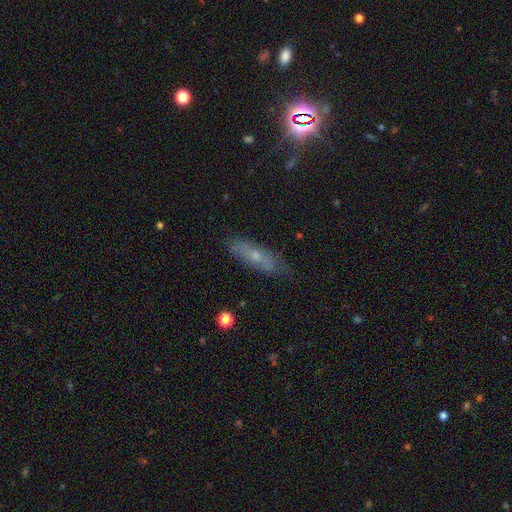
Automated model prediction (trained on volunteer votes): Smooth or featured? Predicted: smooth (p=0.45). Merging? Predicted: none (p=0.76).